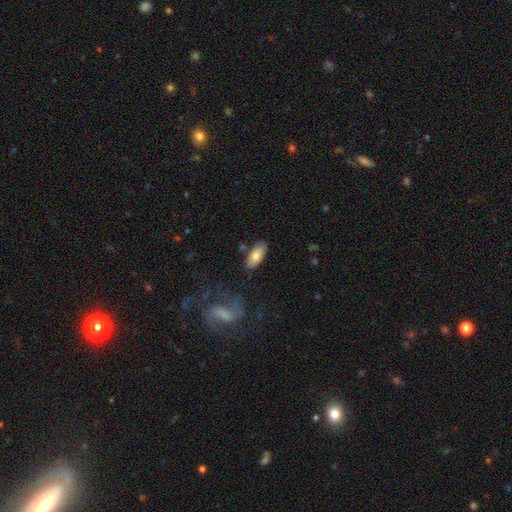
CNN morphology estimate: Q: Smooth or featured?
A: smooth (80%); runner-up: featured or disk (14%)
Q: How rounded?
A: in between (86%); runner-up: cigar-shaped (11%)
Q: Merging?
A: none (80%); runner-up: minor disturbance (12%)